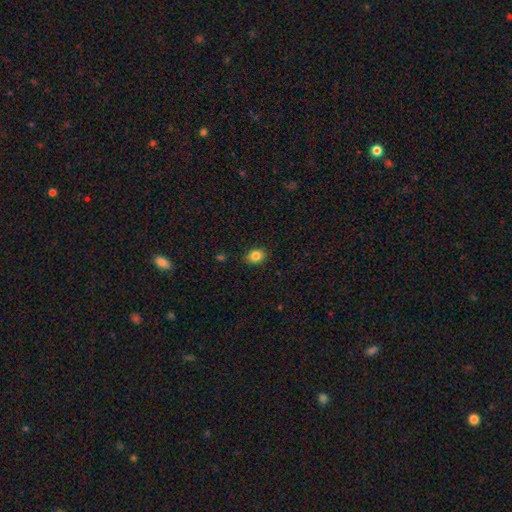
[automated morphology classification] The model was most divided on "how rounded": in between: 67%, round: 31%, cigar-shaped: 1%. More confident: merging — none (87%); smooth or featured — smooth (84%).